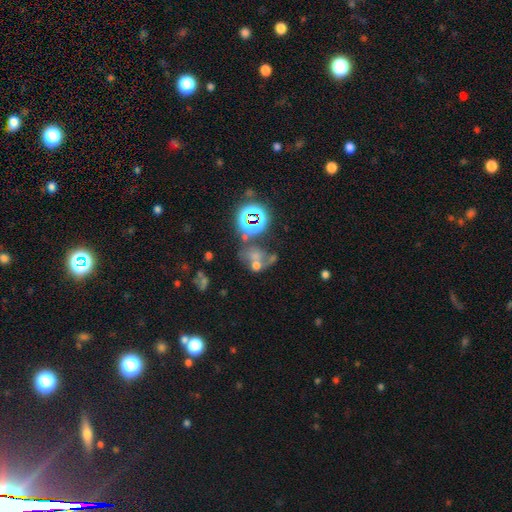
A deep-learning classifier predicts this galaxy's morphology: Q: Smooth or featured?
A: smooth (43%); runner-up: star or artifact (33%)
Q: Merging?
A: merger (43%); runner-up: none (29%)